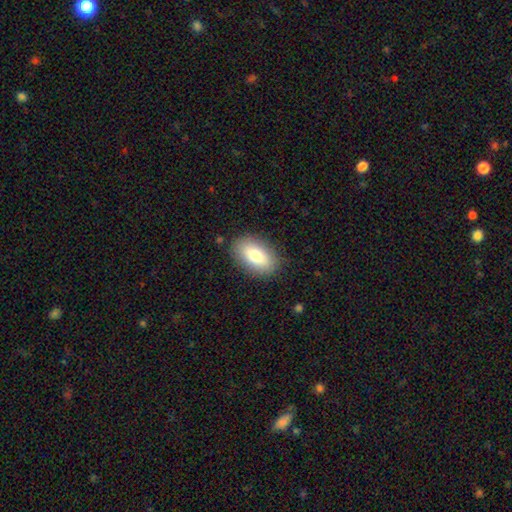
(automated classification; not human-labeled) A smooth galaxy with no disk features (78%) that is in between round and cigar-shaped (92%).

Vote fractions:
- Smooth or featured? smooth: 78% / featured or disk: 15% / star or artifact: 7%
- How rounded? in between: 92% / round: 6% / cigar-shaped: 3%
- Merging? none: 86% / minor disturbance: 10% / major disturbance: 3% / merger: 1%